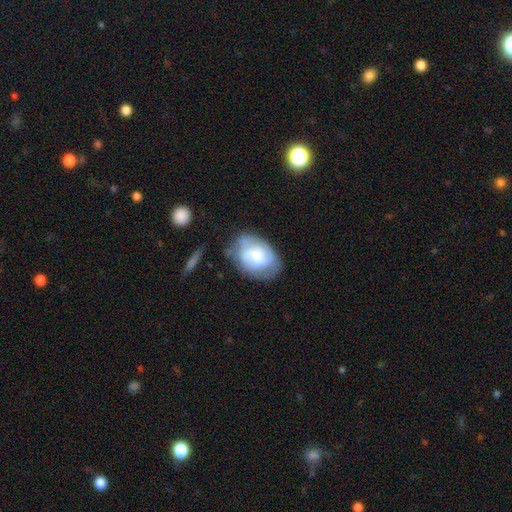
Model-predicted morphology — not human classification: This is possibly a featured or disk galaxy (48%). Merging: possibly none (50%).